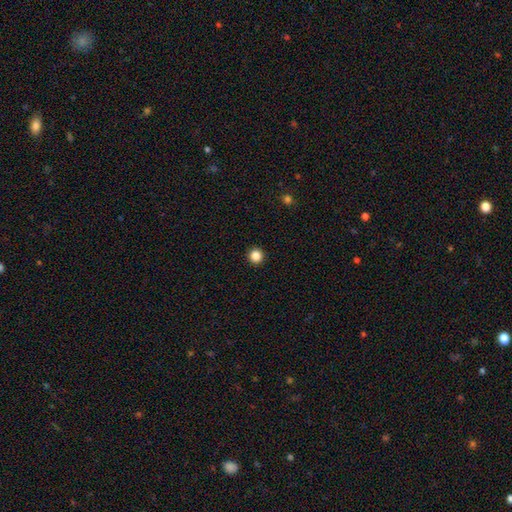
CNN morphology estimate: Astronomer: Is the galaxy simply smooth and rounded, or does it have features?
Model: smooth — 86%.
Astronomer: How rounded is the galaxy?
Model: round — 96%.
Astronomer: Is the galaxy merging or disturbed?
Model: none — 94%.